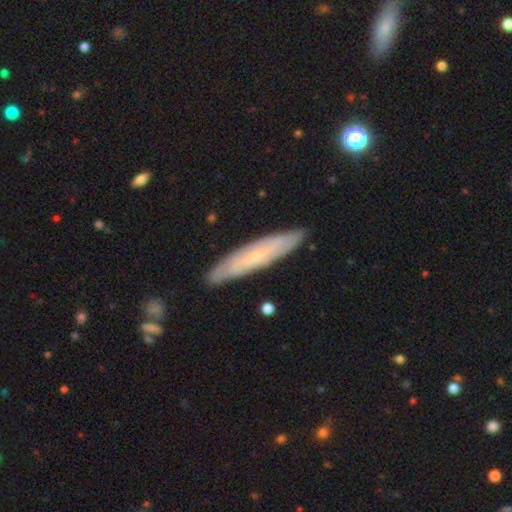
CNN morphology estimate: smooth-or-featured: featured or disk: 49% | smooth: 45% | star or artifact: 7%
  merging: none: 85% | minor disturbance: 11% | major disturbance: 2% | merger: 1%